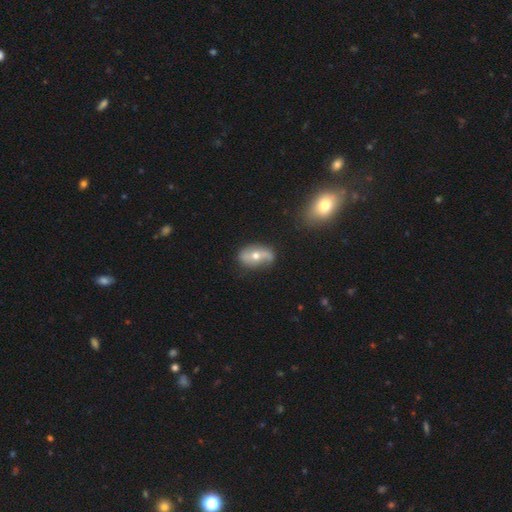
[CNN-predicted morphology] smooth-or-featured: featured or disk: 65% | smooth: 28% | star or artifact: 7%
  disk-edge-on: no: 91% | yes: 9%
    bar: no: 50% | weak: 27% | strong: 23%
    has-spiral-arms: yes: 74% | no: 26%
    bulge-size: moderate: 68% | small: 27% | large: 3% | none: 1% | dominant: 1%
  merging: none: 66% | minor disturbance: 24% | major disturbance: 8% | merger: 3%